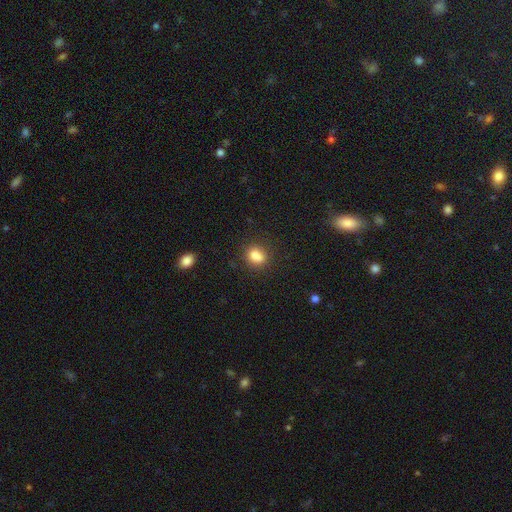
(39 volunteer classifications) Smooth or featured: smooth — 72% (featured or disk — 18%)
How rounded: round — 50% (tied with in between — 50%)
Merging: none — 66% (minor disturbance — 23%)